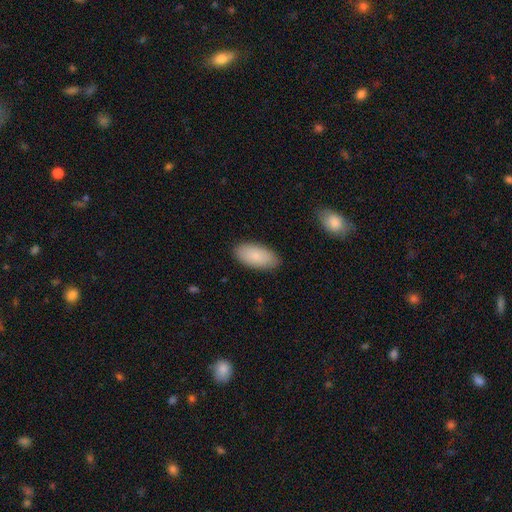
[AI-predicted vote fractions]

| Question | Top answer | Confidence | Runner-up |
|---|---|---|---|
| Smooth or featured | smooth | 87% | featured or disk (8%) |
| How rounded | in between | 94% | cigar-shaped (4%) |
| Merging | none | 88% | minor disturbance (9%) |